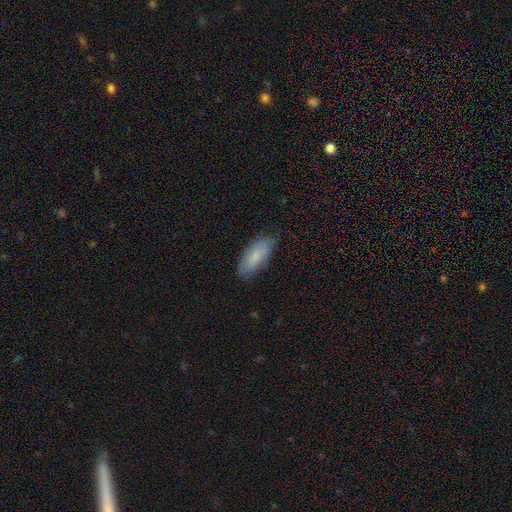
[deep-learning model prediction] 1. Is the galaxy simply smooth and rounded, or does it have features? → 79% smooth, 15% featured or disk, 6% star or artifact.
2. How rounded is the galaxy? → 78% in between, 20% cigar-shaped, 2% round.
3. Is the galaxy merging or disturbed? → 76% none, 20% minor disturbance, 3% major disturbance, 1% merger.